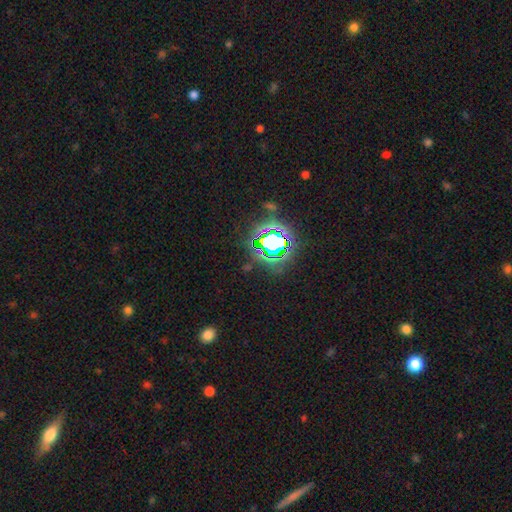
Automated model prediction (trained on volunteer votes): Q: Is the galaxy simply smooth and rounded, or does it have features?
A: star or artifact — 80%.